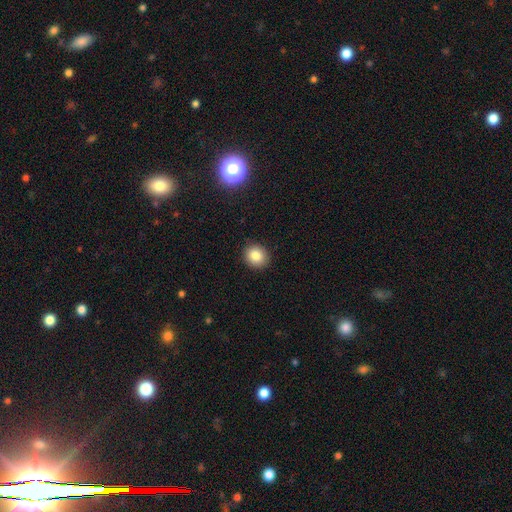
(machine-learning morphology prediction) A smooth galaxy with no disk features (84%) that is round (80%). Merging: none (90%).